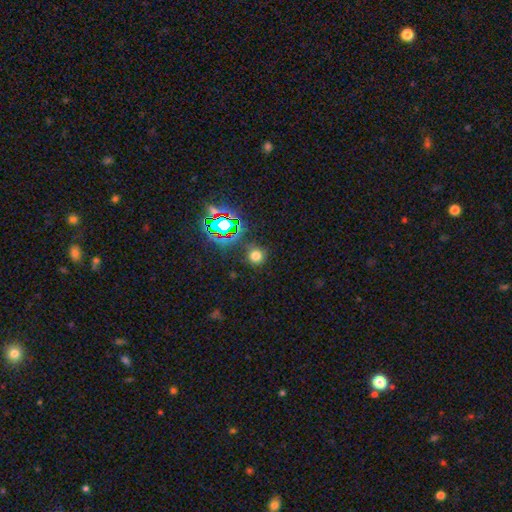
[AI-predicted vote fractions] Q: Smooth or featured?
A: smooth (68%); runner-up: star or artifact (25%)
Q: How rounded?
A: round (92%); runner-up: in between (7%)
Q: Merging?
A: none (84%); runner-up: minor disturbance (9%)